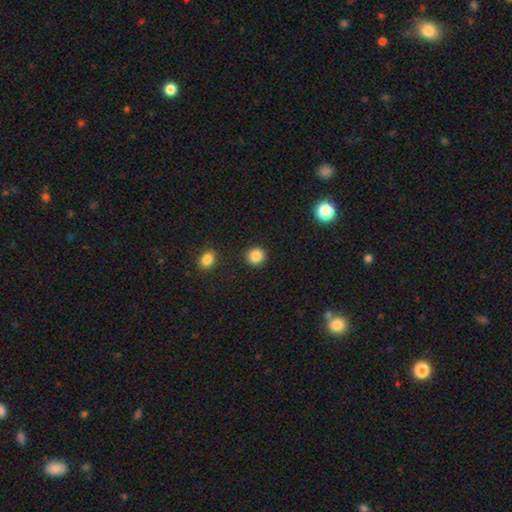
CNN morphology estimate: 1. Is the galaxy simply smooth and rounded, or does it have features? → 86% smooth, 10% star or artifact, 4% featured or disk.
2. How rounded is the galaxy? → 91% round, 8% in between, 1% cigar-shaped.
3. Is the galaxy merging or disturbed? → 91% none, 5% minor disturbance, 2% major disturbance, 2% merger.